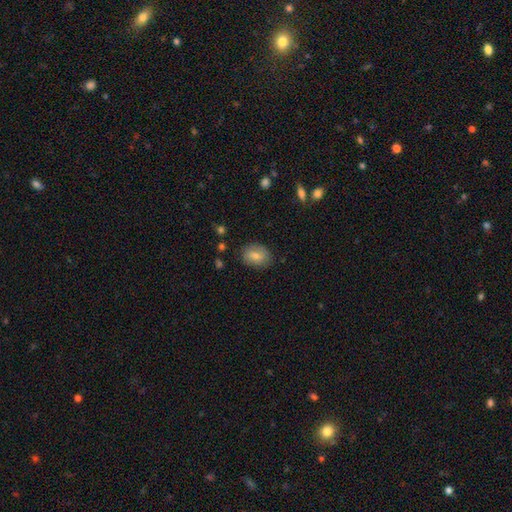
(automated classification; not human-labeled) Overall: smooth (80%). How rounded: in between (73%). Merging: none (81%).